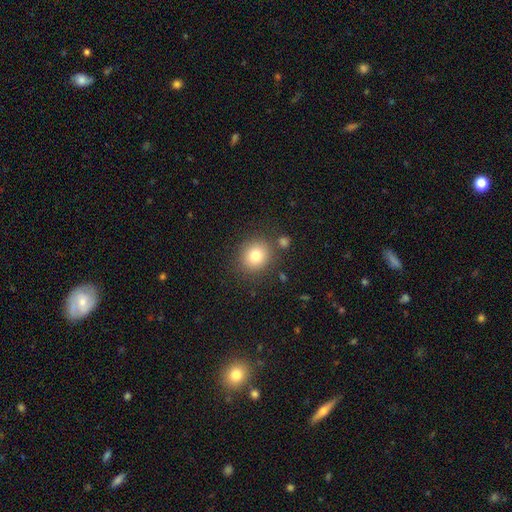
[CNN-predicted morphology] The model was most divided on "smooth or featured": smooth: 79%, star or artifact: 12%, featured or disk: 9%. More confident: how rounded — round (85%); merging — none (83%).